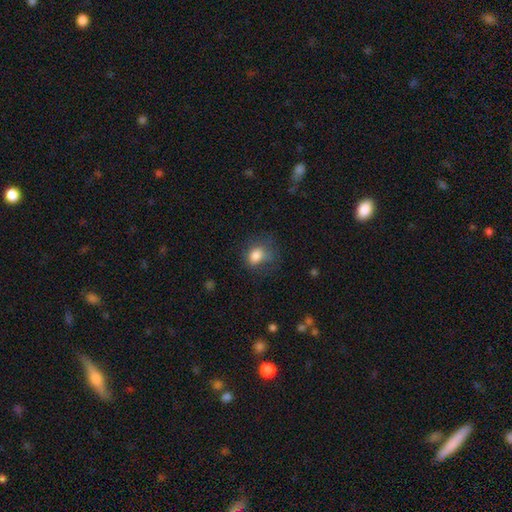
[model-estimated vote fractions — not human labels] The model was most divided on "how rounded": in between: 60%, round: 39%, cigar-shaped: 1%. More confident: smooth or featured — smooth (80%); merging — none (50%).